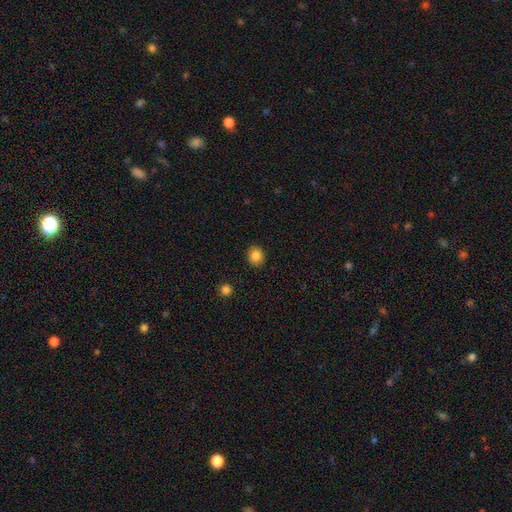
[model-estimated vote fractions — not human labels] Smooth or featured? smooth (84%)
How rounded? round (74%)
Merging? none (91%)